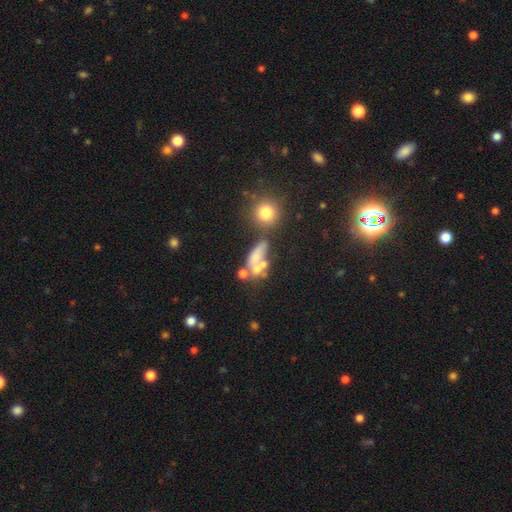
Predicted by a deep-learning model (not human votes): Overall: smooth (48%; featured or disk 35%). Merging: merger (44%; none 26%).